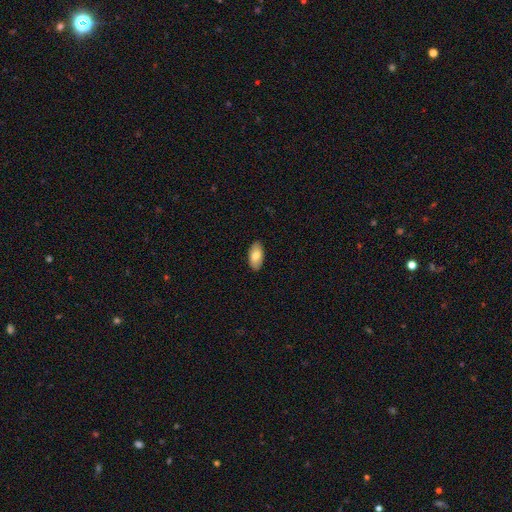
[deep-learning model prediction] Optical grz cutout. It shows a smooth galaxy with no disk features (79%) that is in between round and cigar-shaped (94%). Merging: none (89%).